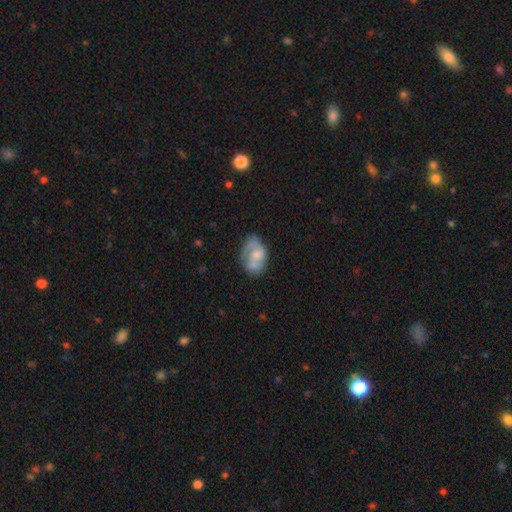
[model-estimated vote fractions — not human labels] This is possibly a featured or disk galaxy (49%). Merging: marginally none (44%).